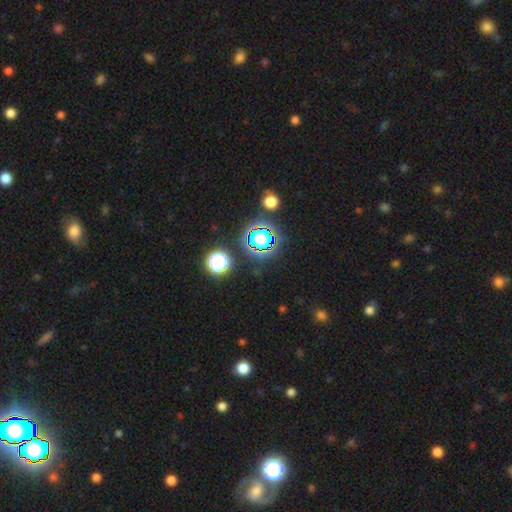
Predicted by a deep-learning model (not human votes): Smooth or featured?
  - star or artifact: 78% *
  - smooth: 15%
  - featured or disk: 7%